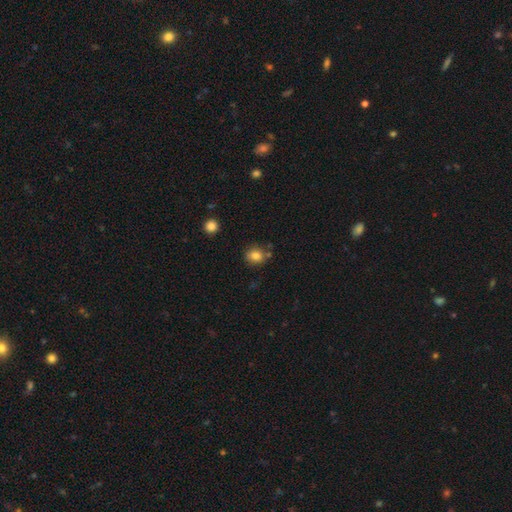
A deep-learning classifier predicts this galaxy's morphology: This is clearly a smooth galaxy (82%). How rounded: likely round (71%). Merging: likely none (76%).